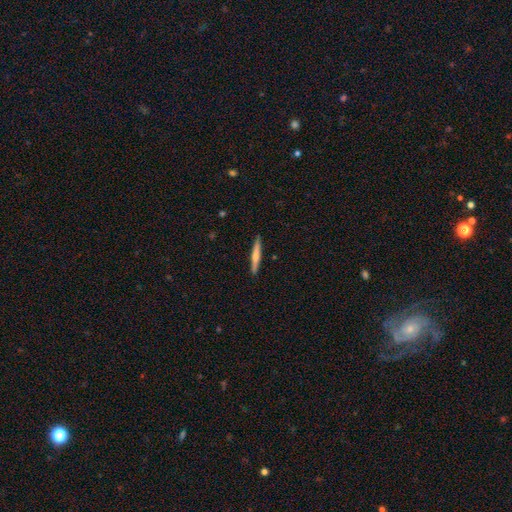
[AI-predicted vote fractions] smooth 49%, featured or disk 45%, star or artifact 6%. Down the decision tree: merging — none (91%).